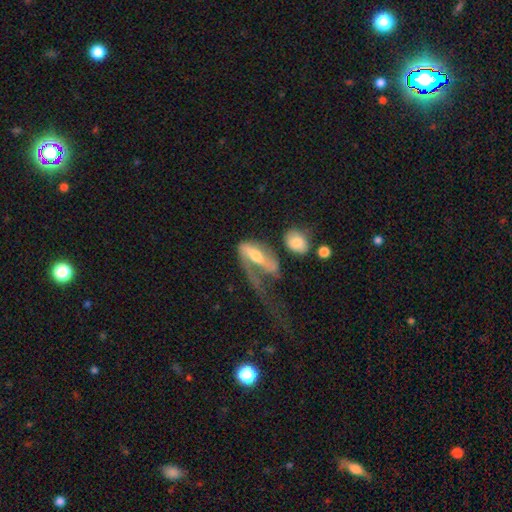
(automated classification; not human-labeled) This is possibly a featured or disk galaxy (59%). It is clearly not viewed edge-on (82%). Merging: likely major disturbance (62%).